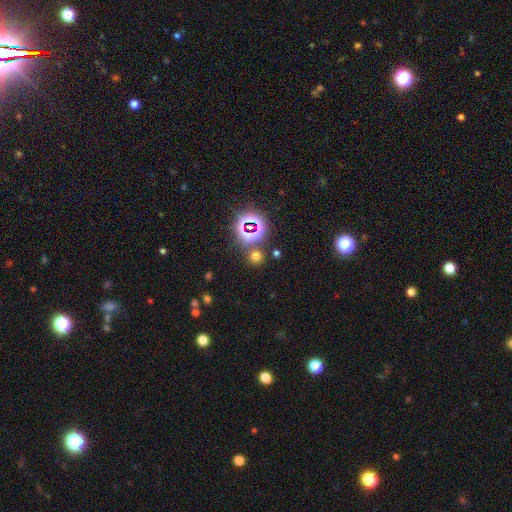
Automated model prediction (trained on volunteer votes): A smooth galaxy with no disk features (57%) that is round (89%). Merging: none (81%).